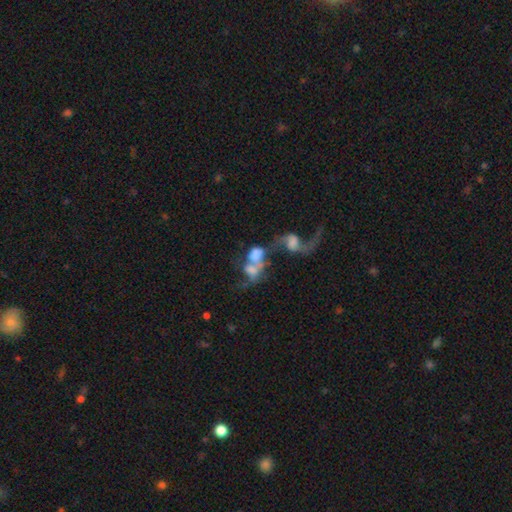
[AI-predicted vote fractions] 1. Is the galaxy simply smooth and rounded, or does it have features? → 49% featured or disk, 40% smooth, 11% star or artifact.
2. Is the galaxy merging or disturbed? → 73% merger, 13% major disturbance, 9% none, 5% minor disturbance.